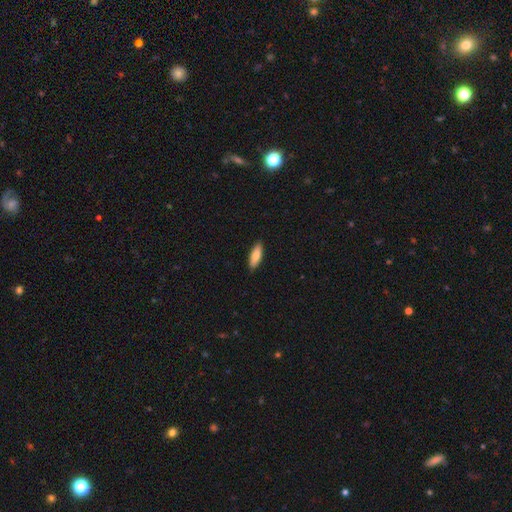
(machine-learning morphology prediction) The model was most divided on "how rounded": in between: 61%, cigar-shaped: 37%, round: 2%. More confident: merging — none (90%); smooth or featured — smooth (81%).